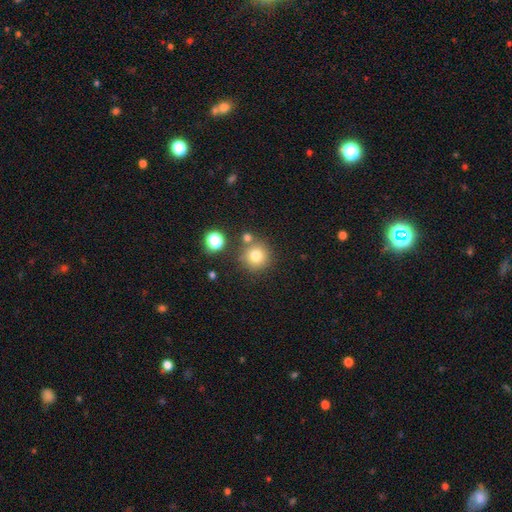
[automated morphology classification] Overall: smooth (76%). How rounded: round (94%). Merging: none (75%).